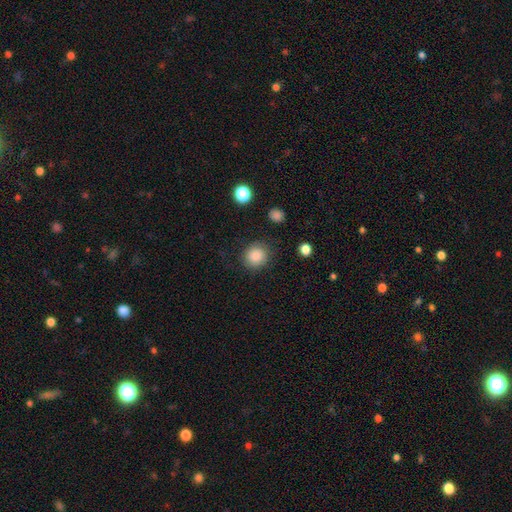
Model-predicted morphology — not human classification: Q: Smooth or featured?
A: smooth (86%); runner-up: star or artifact (9%)
Q: How rounded?
A: round (85%); runner-up: in between (14%)
Q: Merging?
A: none (83%); runner-up: minor disturbance (11%)